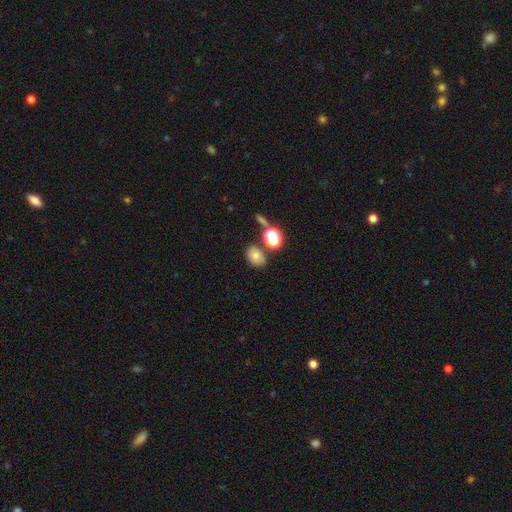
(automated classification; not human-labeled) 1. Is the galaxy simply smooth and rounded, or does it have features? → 71% smooth, 17% star or artifact, 12% featured or disk.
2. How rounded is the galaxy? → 65% in between, 33% round, 1% cigar-shaped.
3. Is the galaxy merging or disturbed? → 69% none, 13% merger, 13% minor disturbance, 5% major disturbance.